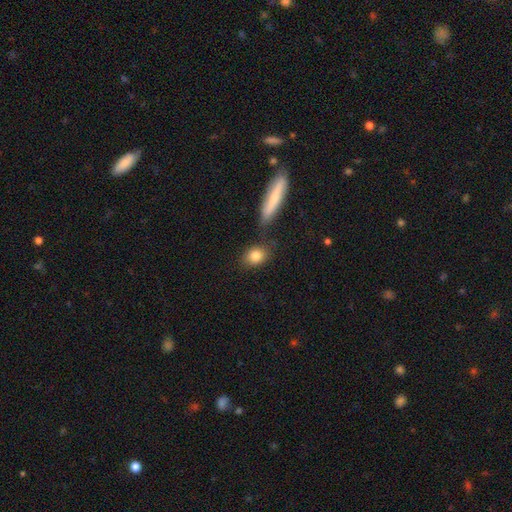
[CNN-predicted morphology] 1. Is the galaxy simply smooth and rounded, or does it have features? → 83% smooth, 9% featured or disk, 8% star or artifact.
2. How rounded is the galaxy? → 51% in between, 44% round, 5% cigar-shaped.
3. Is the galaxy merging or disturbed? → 75% none, 12% minor disturbance, 9% merger, 4% major disturbance.